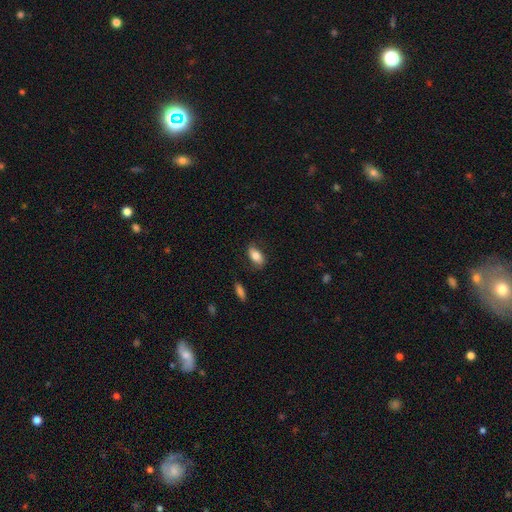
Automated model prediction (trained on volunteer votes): A smooth galaxy with no disk features (77%) that is in between round and cigar-shaped (89%). Merging: none (78%).